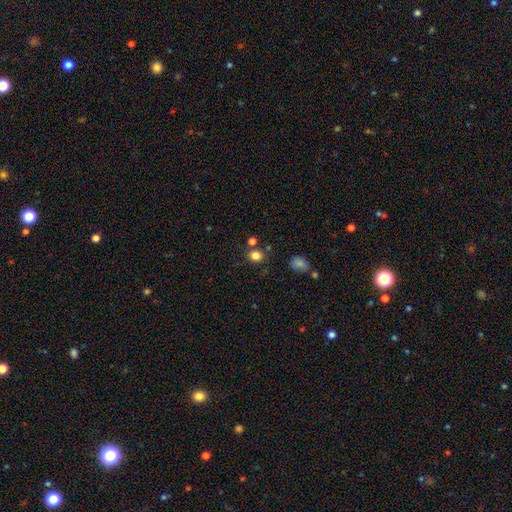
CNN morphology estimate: The model was most divided on "how rounded": round: 69%, in between: 30%, cigar-shaped: 1%. More confident: smooth or featured — smooth (82%); merging — none (75%).